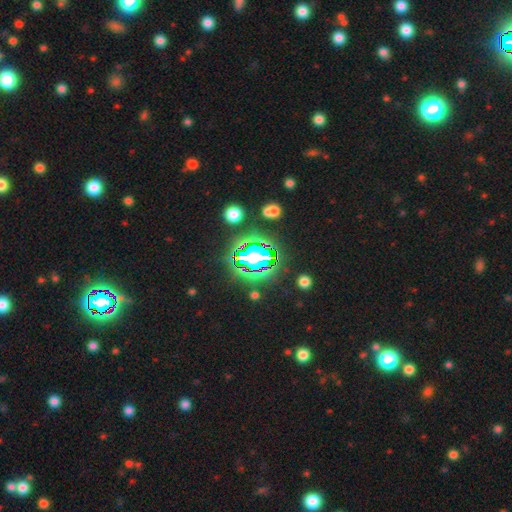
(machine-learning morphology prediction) A star or artifact, not a galaxy (80%).